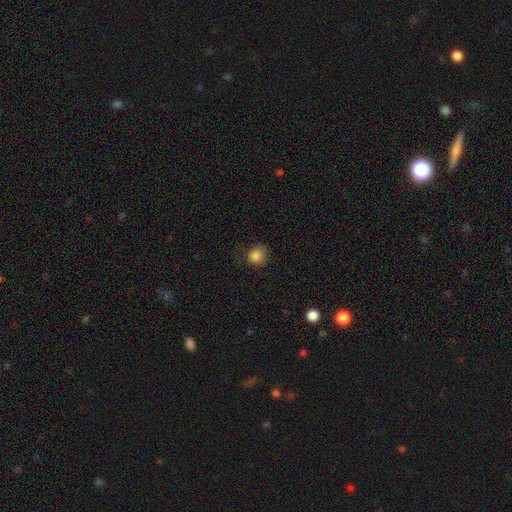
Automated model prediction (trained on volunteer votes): Smooth or featured: smooth — 85% (star or artifact — 12%)
How rounded: round — 88% (in between — 11%)
Merging: none — 77% (minor disturbance — 17%)